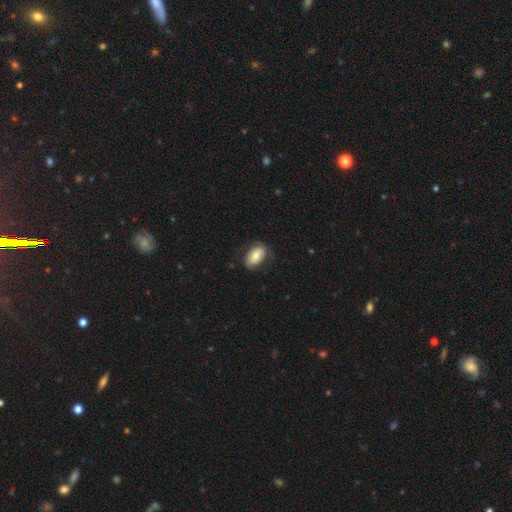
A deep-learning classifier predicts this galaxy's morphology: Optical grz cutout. It shows a smooth galaxy with no disk features (71%) that is in between round and cigar-shaped (91%). Merging: none (73%).